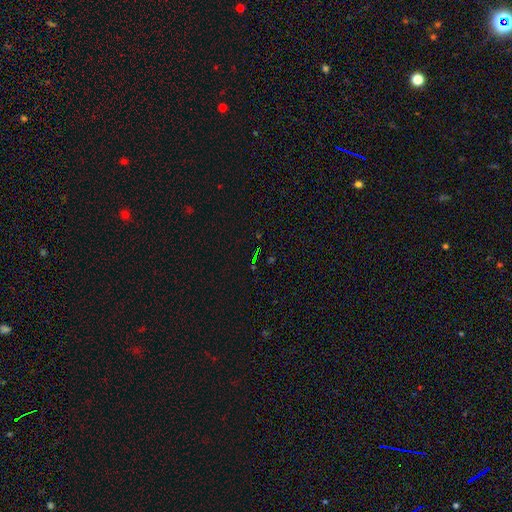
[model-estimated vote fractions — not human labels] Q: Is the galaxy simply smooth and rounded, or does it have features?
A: star or artifact — 72%.